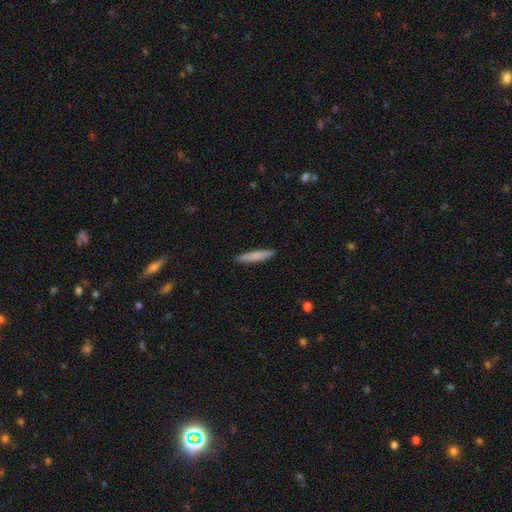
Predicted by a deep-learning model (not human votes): A smooth galaxy with no disk features (78%) that is cigar-shaped (93%). Merging: none (92%).